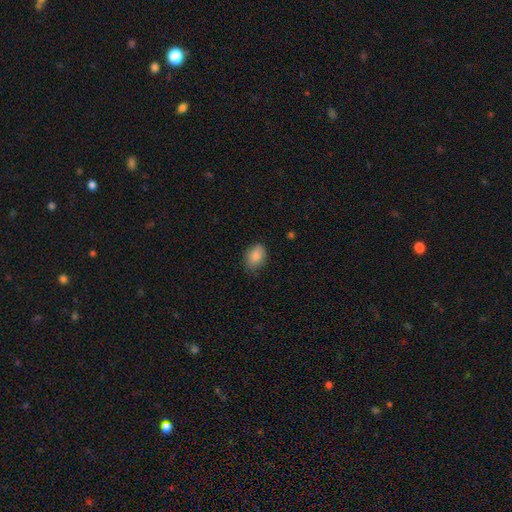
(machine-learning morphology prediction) smooth_or_featured: smooth (p=0.85) [alt: star or artifact p=0.08]
how_rounded: in between (p=0.77) [alt: round p=0.22]
merging: none (p=0.78) [alt: minor disturbance p=0.18]